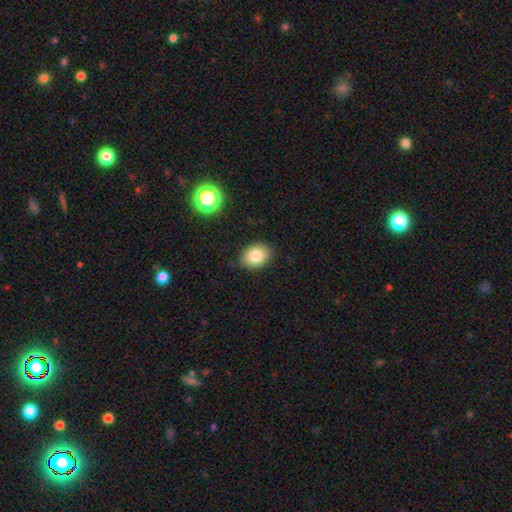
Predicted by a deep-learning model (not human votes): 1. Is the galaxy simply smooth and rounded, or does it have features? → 81% smooth, 10% star or artifact, 9% featured or disk.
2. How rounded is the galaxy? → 62% in between, 37% round, 1% cigar-shaped.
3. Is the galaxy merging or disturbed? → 86% none, 11% minor disturbance, 2% major disturbance, 1% merger.